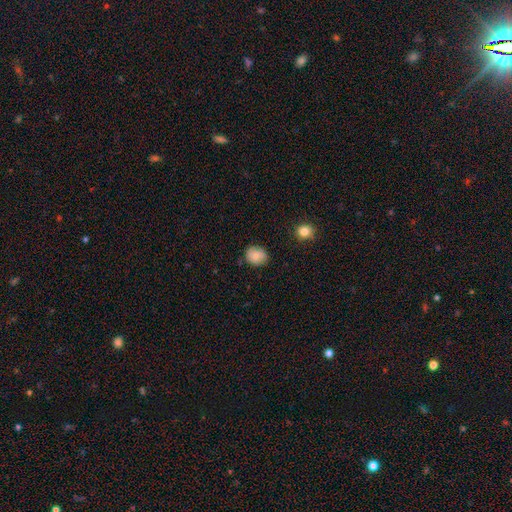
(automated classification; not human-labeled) smooth 83%, featured or disk 9%, star or artifact 8%. Down the decision tree: how rounded — round (71%); merging — none (79%).